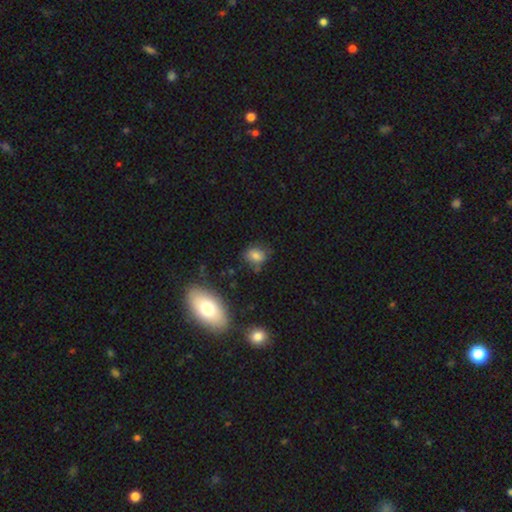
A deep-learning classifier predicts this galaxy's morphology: The model was most divided on "how rounded": in between: 51%, round: 47%, cigar-shaped: 2%. More confident: smooth or featured — smooth (76%); merging — none (66%).